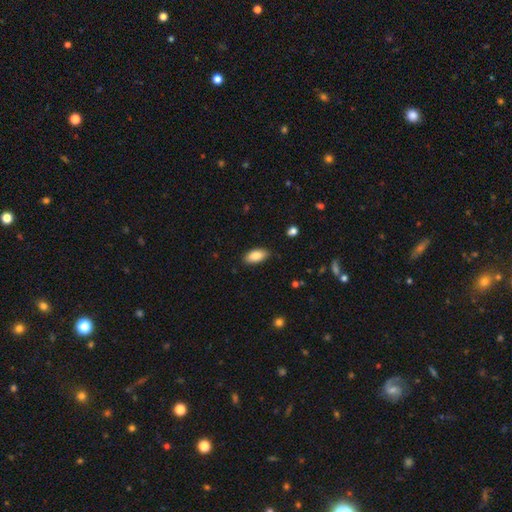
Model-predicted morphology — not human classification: This is clearly a smooth galaxy (85%). How rounded: clearly in between (91%). Merging: clearly none (85%).